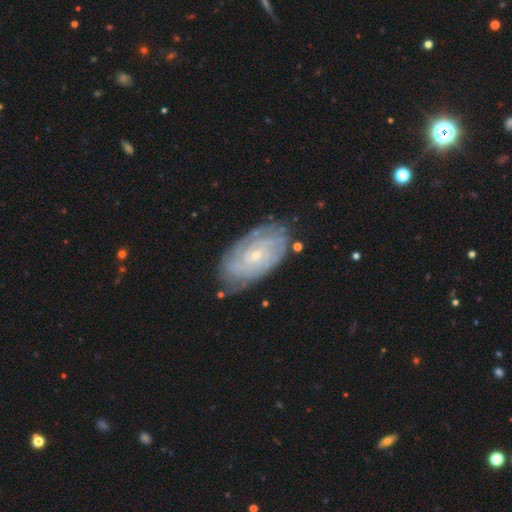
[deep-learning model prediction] Morphology: type=featured or disk (81%); edge-on=no (95%); bar=no (73%); spiral arms=yes (94%); winding=tight (74%); arm count=can't tell (41%); bulge=small (79%); merging=none (76%).